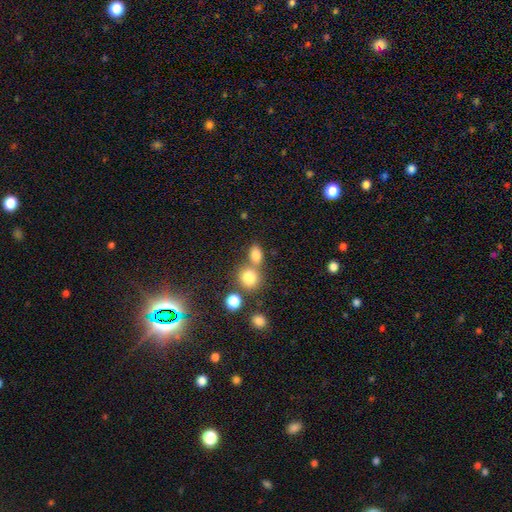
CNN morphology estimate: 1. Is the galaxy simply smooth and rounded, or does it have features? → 80% smooth, 12% star or artifact, 8% featured or disk.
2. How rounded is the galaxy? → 56% in between, 42% round, 2% cigar-shaped.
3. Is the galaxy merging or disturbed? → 49% none, 37% merger, 9% minor disturbance, 4% major disturbance.